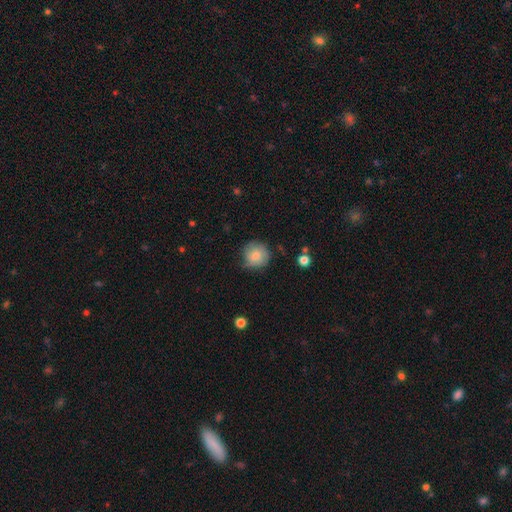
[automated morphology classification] A smooth galaxy with no disk features (79%) that is round (93%). Merging: none (70%).